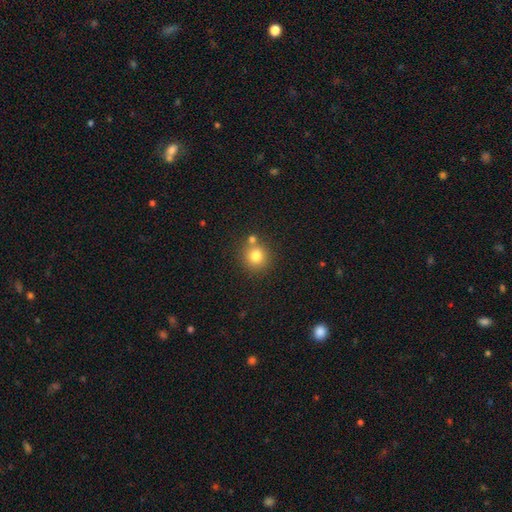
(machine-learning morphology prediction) Overall: smooth (79%). How rounded: round (91%). Merging: none (73%).